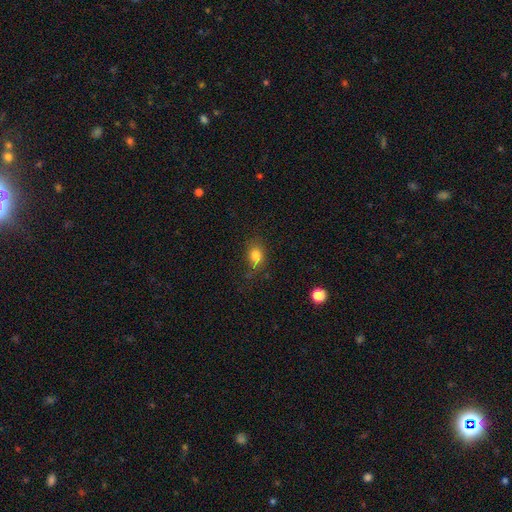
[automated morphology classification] smooth_or_featured: smooth (p=0.79) [alt: star or artifact p=0.12]
how_rounded: in between (p=0.58) [alt: round p=0.41]
merging: none (p=0.61) [alt: minor disturbance p=0.25]